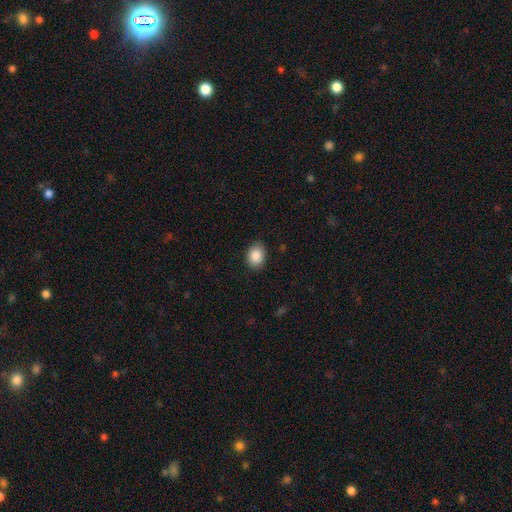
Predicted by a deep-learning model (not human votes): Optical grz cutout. It shows a smooth galaxy with no disk features (87%) that is in between round and cigar-shaped (59%). Merging: none (86%).